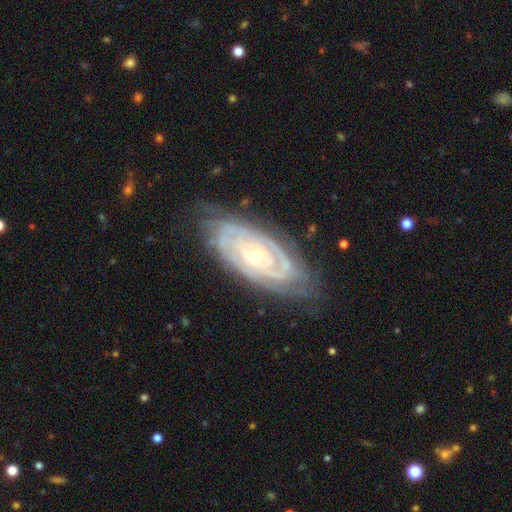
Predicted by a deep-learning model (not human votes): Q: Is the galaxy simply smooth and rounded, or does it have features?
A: featured or disk — 88%.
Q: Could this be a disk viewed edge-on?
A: no — 93%.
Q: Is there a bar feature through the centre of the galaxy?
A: no — 75%.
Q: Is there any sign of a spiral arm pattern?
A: yes — 95%.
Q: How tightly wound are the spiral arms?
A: tight — 82%.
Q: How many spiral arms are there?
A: can't tell — 33%.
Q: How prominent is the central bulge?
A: small — 63%.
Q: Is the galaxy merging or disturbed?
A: none — 74%.